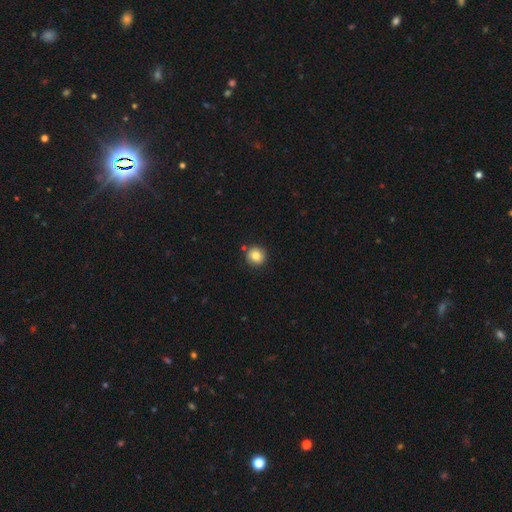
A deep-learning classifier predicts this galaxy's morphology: Smooth or featured? smooth (80%)
How rounded? round (92%)
Merging? none (82%)